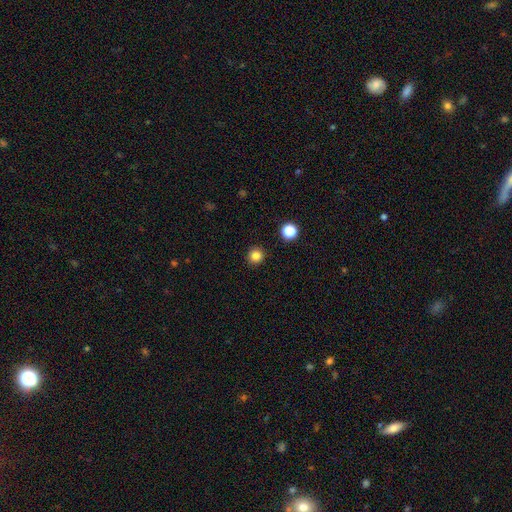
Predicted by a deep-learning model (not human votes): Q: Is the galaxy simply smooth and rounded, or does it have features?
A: smooth — 83%.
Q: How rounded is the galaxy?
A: round — 94%.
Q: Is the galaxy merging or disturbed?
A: none — 92%.